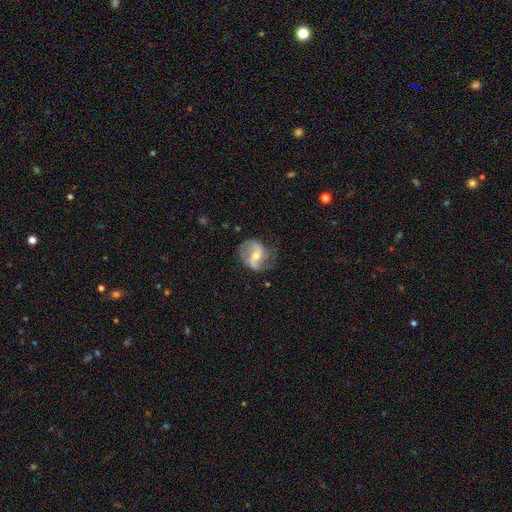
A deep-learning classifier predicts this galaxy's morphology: Smooth or featured? featured or disk (81%)
Edge-on disk? no (98%)
Bar? weak (46%)
Spiral arms? yes (94%)
Spiral winding? loose (44%)
Spiral arm count? 2 (86%)
Bulge size? moderate (48%)
Merging? none (67%)